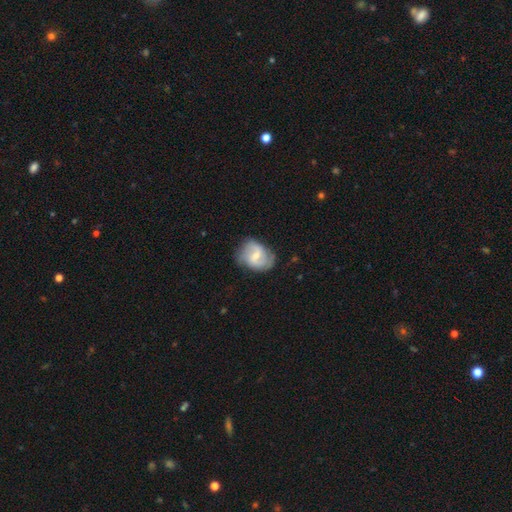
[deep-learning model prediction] The model was most divided on "spiral winding": medium: 43%, loose: 39%, tight: 18%. Remaining: edge-on disk — no (98%); spiral arms — yes (89%); spiral arm count — 2 (80%); smooth or featured — featured or disk (68%); merging — none (66%); bar — weak (60%); bulge size — small (49%).